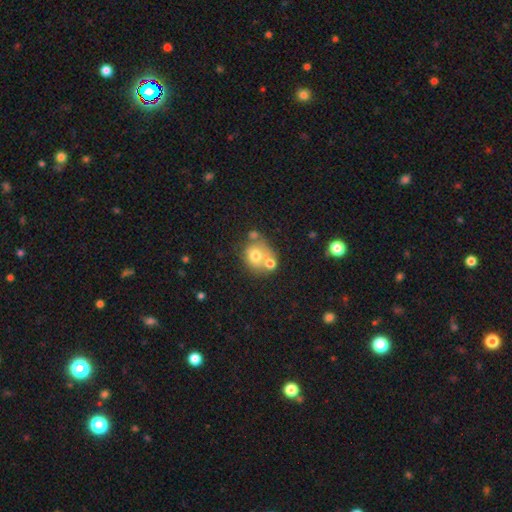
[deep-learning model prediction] smooth-or-featured: smooth: 64% | featured or disk: 24% | star or artifact: 12%
  how-rounded: round: 74% | in between: 26% | cigar-shaped: 1%
  merging: merger: 41% | none: 39% | minor disturbance: 13% | major disturbance: 7%